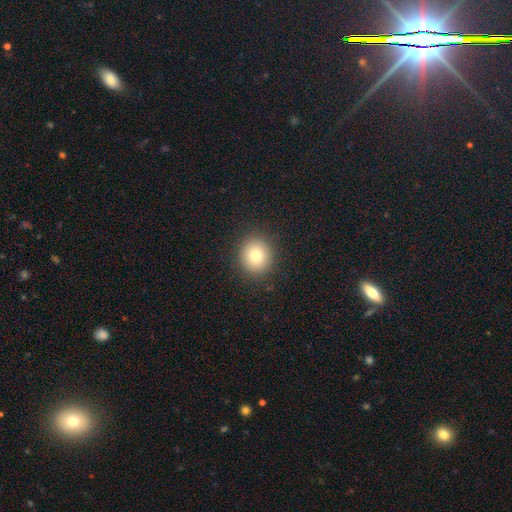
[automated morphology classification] Smooth or featured? Predicted: smooth (p=0.79). How rounded? Predicted: round (p=0.87). Merging? Predicted: none (p=0.90).